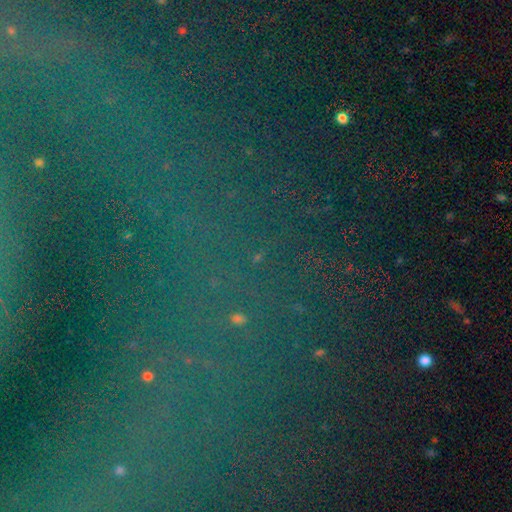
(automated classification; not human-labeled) A star or artifact, not a galaxy (78%).

Vote fractions:
- Smooth or featured? star or artifact: 78% / smooth: 13% / featured or disk: 9%